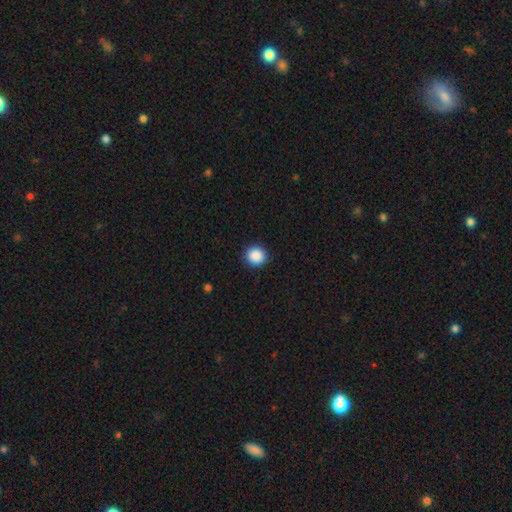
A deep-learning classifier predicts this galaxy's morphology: smooth 89%, star or artifact 9%, featured or disk 2%. Down the decision tree: how rounded — round (92%); merging — none (92%).